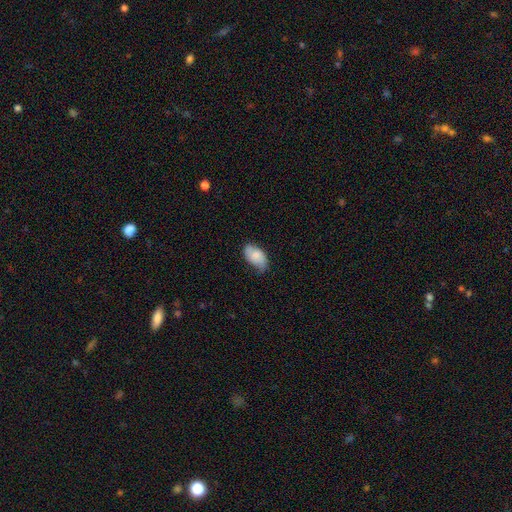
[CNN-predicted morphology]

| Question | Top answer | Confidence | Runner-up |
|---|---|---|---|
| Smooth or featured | smooth | 74% | featured or disk (20%) |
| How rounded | in between | 94% | round (4%) |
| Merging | none | 61% | minor disturbance (32%) |